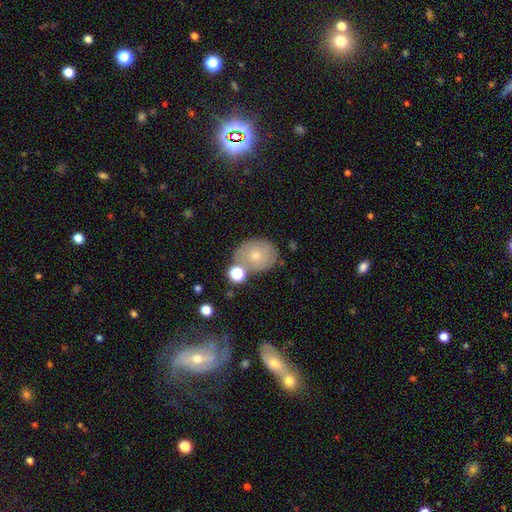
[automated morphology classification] The model was most divided on "how rounded": round: 51%, in between: 48%, cigar-shaped: 1%. More confident: merging — none (65%); smooth or featured — smooth (63%).